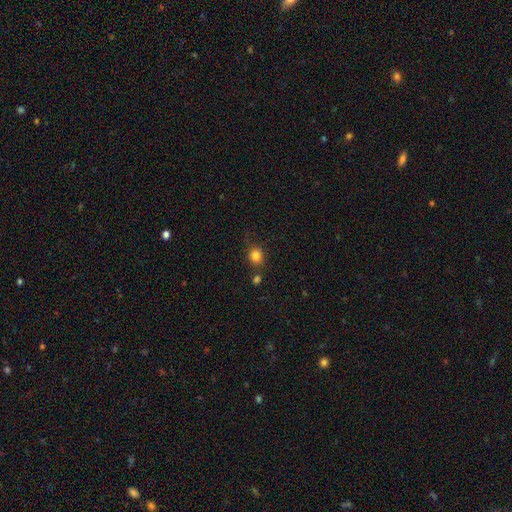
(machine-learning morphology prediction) A smooth galaxy with no disk features (83%) that is round (78%).

Vote fractions:
- Smooth or featured? smooth: 83% / star or artifact: 12% / featured or disk: 5%
- How rounded? round: 78% / in between: 21% / cigar-shaped: 1%
- Merging? none: 76% / minor disturbance: 12% / merger: 8% / major disturbance: 4%